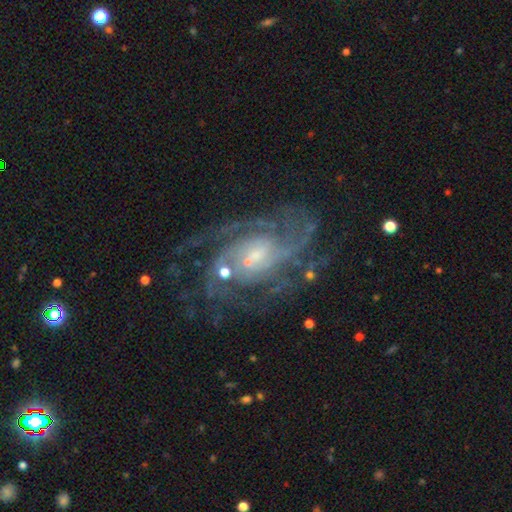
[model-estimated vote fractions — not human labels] The model was most divided on "spiral arm count": 3: 23%, 2: 22%, can't tell: 21%, 4: 18%, more than 4: 9%, 1: 7%. Remaining: spiral arms — yes (97%); edge-on disk — no (97%); smooth or featured — featured or disk (89%); merging — none (67%); bulge size — small (60%); spiral winding — tight (50%); bar — no (47%).